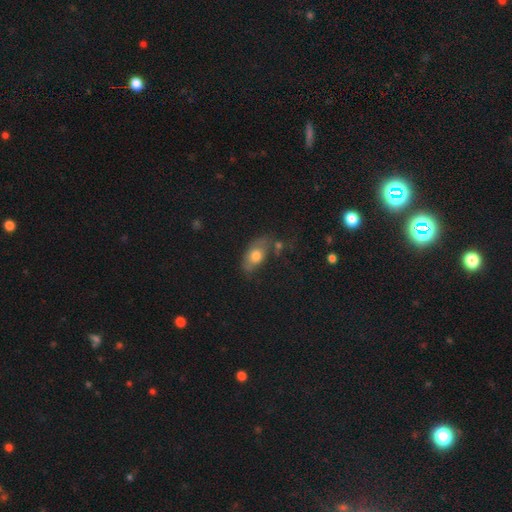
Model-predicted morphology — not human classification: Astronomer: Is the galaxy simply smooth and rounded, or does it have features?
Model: smooth — 69%.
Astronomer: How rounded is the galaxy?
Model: in between — 86%.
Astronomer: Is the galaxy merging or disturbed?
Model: none — 50% (runner-up: minor disturbance, 26%).